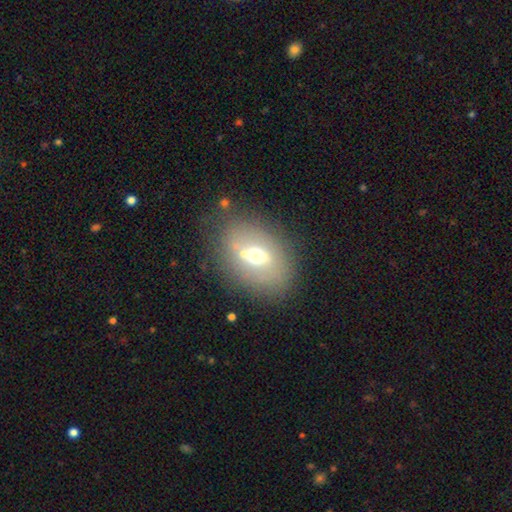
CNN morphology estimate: Smooth or featured: smooth — 52% (featured or disk — 35%)
How rounded: in between — 69% (round — 30%)
Merging: none — 71% (minor disturbance — 15%)